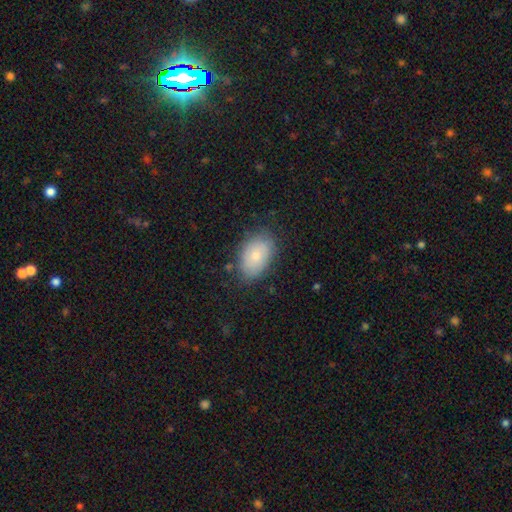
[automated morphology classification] Smooth or featured? Predicted: smooth (p=0.74). How rounded? Predicted: in between (p=0.88). Merging? Predicted: none (p=0.78).